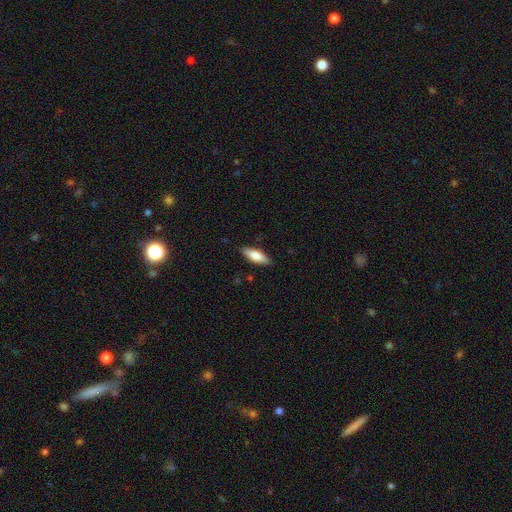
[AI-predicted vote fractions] A smooth galaxy with no disk features (73%) that is in between round and cigar-shaped (58%).

Vote fractions:
- Smooth or featured? smooth: 73% / featured or disk: 21% / star or artifact: 6%
- How rounded? in between: 58% / cigar-shaped: 40% / round: 2%
- Merging? none: 85% / minor disturbance: 12% / major disturbance: 2% / merger: 1%